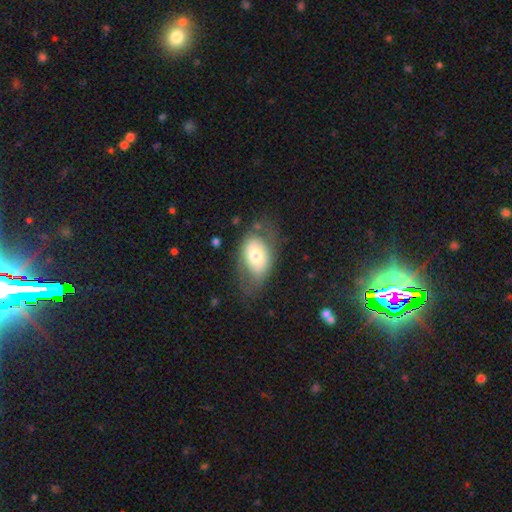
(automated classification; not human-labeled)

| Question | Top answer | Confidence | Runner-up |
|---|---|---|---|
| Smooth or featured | smooth | 55% | featured or disk (39%) |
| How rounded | in between | 87% | round (12%) |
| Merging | none | 59% | minor disturbance (23%) |